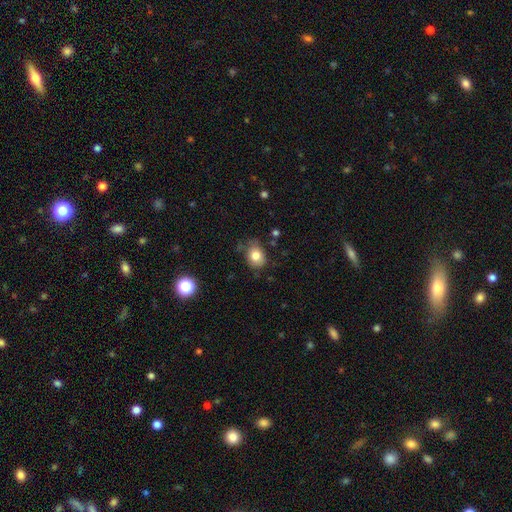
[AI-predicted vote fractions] Smooth or featured? Predicted: smooth (p=0.80). How rounded? Predicted: in between (p=0.56). Merging? Predicted: none (p=0.66).